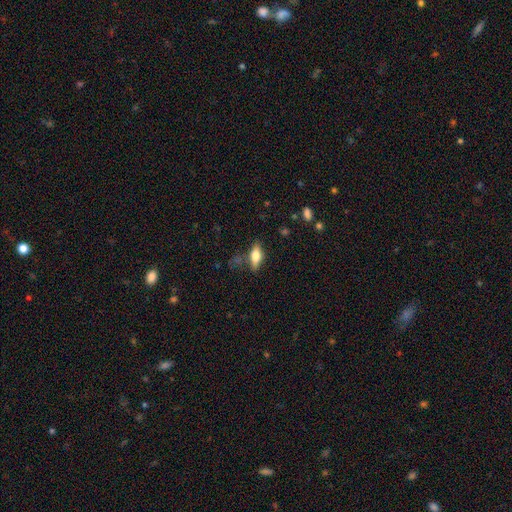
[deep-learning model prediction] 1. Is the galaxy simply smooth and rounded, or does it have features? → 58% smooth, 34% featured or disk, 8% star or artifact.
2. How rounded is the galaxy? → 69% in between, 27% cigar-shaped, 4% round.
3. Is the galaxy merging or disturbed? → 73% none, 17% minor disturbance, 5% major disturbance, 5% merger.